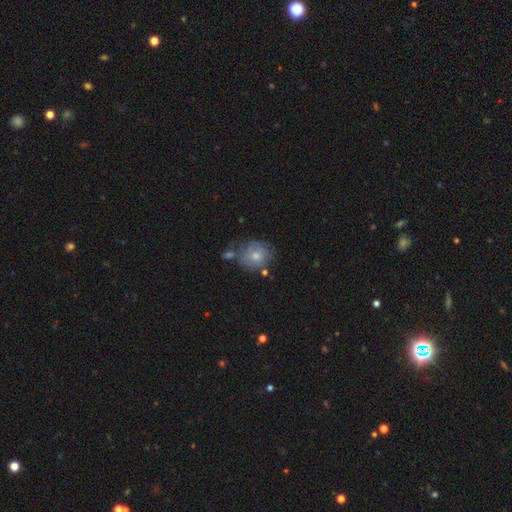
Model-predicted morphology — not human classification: Smooth or featured? Predicted: smooth (p=0.44). Merging? Predicted: none (p=0.65).